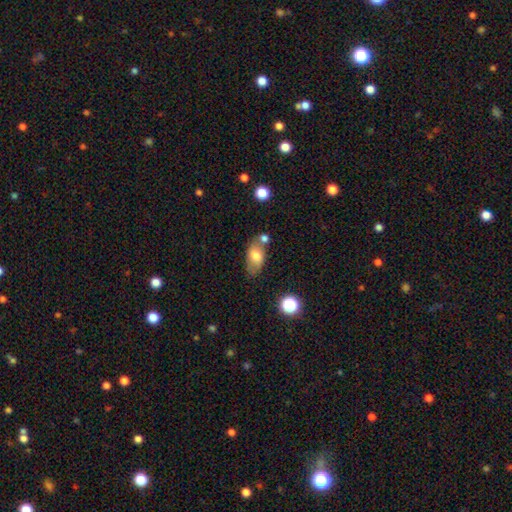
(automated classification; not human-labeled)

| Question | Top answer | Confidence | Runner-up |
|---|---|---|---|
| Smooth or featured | smooth | 73% | featured or disk (18%) |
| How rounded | in between | 88% | round (8%) |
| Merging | none | 57% | minor disturbance (19%) |